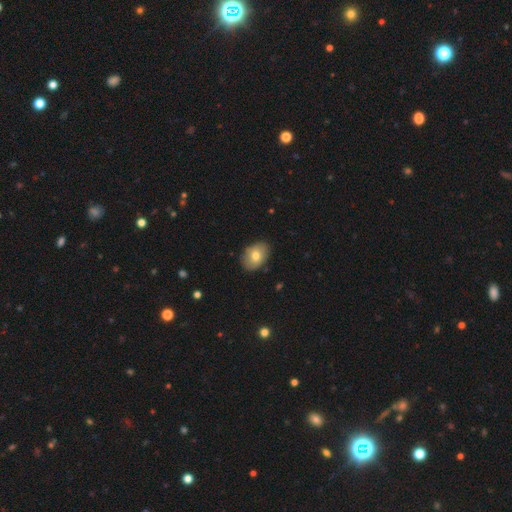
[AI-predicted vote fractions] This is likely a smooth galaxy (74%). How rounded: clearly in between (82%). Merging: clearly none (84%).